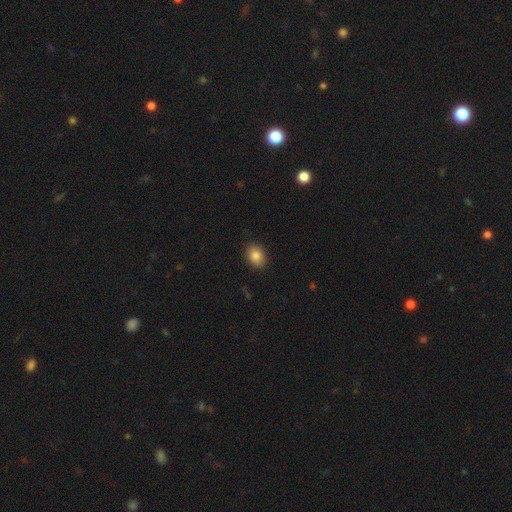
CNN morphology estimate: A smooth galaxy with no disk features (84%) that is in between round and cigar-shaped (57%).

Vote fractions:
- Smooth or featured? smooth: 84% / star or artifact: 9% / featured or disk: 6%
- How rounded? in between: 57% / round: 42% / cigar-shaped: 1%
- Merging? none: 90% / minor disturbance: 7% / major disturbance: 2% / merger: 1%